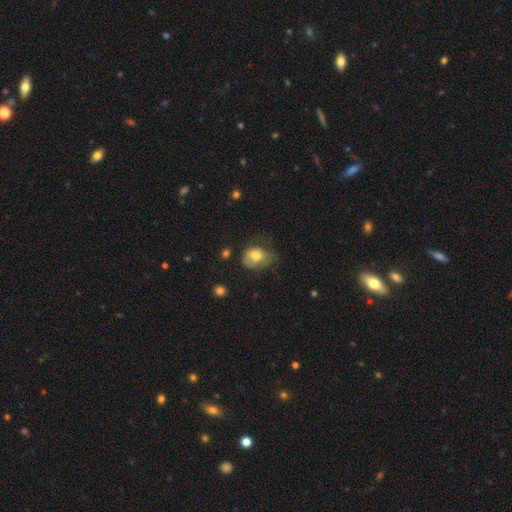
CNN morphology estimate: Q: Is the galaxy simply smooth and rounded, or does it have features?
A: smooth — 73%.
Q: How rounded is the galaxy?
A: in between — 52%.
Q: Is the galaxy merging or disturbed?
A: none — 40%.